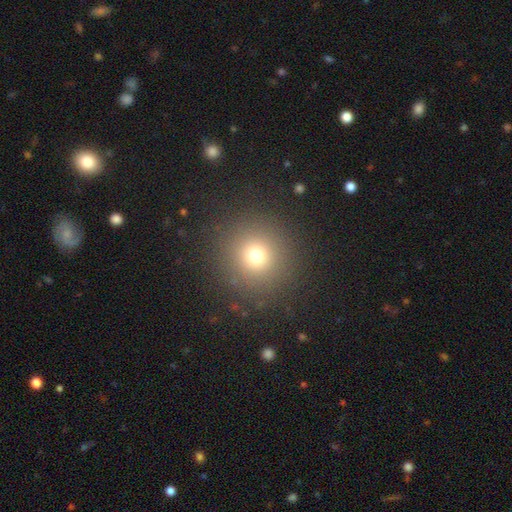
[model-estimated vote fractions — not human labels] This appears to be a smooth galaxy with no disk features (72%) that is round (94%). Merging: none (89%).